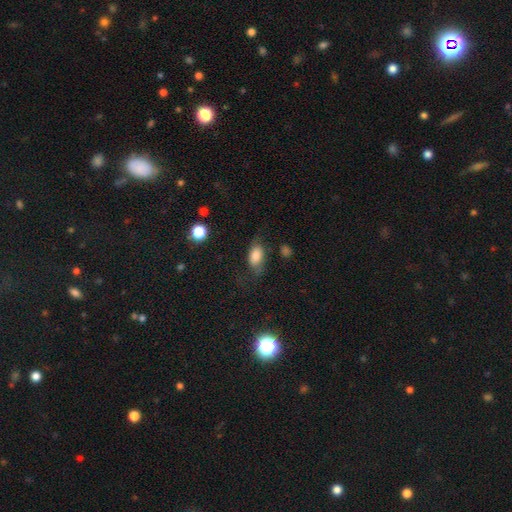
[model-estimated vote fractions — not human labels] Smooth or featured: smooth — 74% (featured or disk — 17%)
How rounded: in between — 88% (round — 7%)
Merging: none — 57% (minor disturbance — 25%)